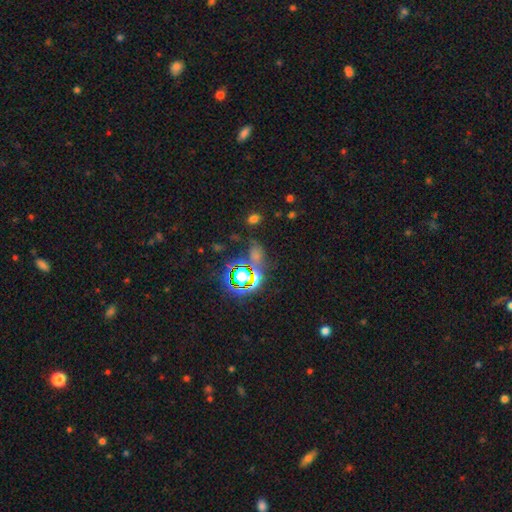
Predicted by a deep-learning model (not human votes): Smooth or featured?
  - star or artifact: 67% *
  - smooth: 25%
  - featured or disk: 9%